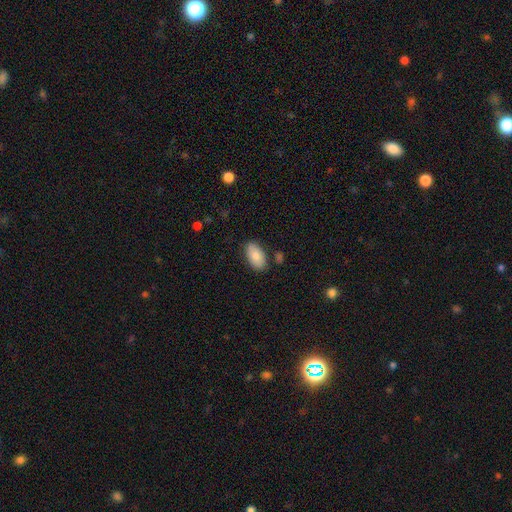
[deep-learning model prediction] The model was most divided on "merging": none: 80%, minor disturbance: 13%, merger: 4%, major disturbance: 3%. More confident: how rounded — in between (94%); smooth or featured — smooth (82%).